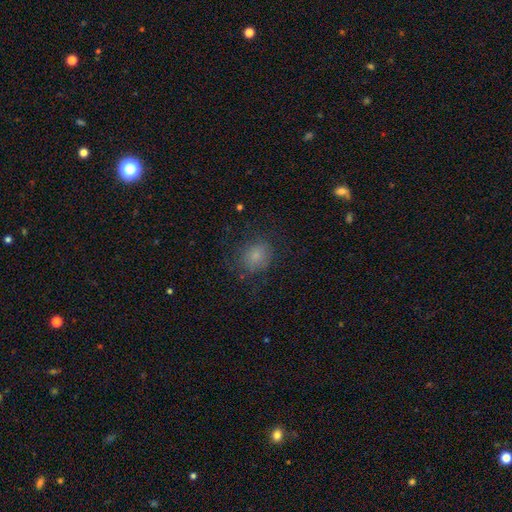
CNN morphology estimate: Smooth or featured?
  - smooth: 76% *
  - star or artifact: 13%
  - featured or disk: 12%
How rounded?
  - round: 63% *
  - in between: 36%
  - cigar-shaped: 1%
Merging?
  - none: 72% *
  - minor disturbance: 17%
  - major disturbance: 10%
  - merger: 1%